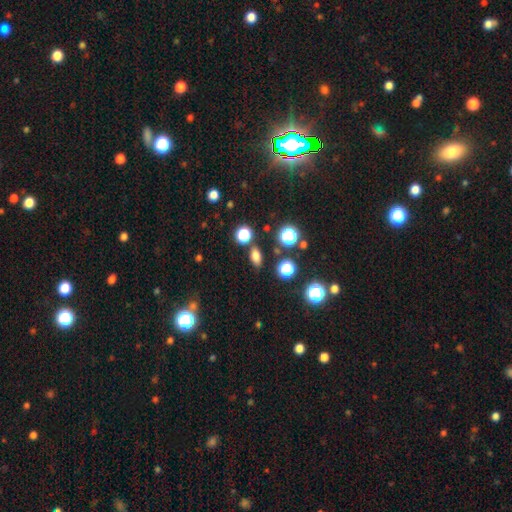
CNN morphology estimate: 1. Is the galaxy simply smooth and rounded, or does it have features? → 76% smooth, 18% star or artifact, 6% featured or disk.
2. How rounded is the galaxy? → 74% in between, 21% round, 4% cigar-shaped.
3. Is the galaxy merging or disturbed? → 83% none, 9% minor disturbance, 5% merger, 3% major disturbance.